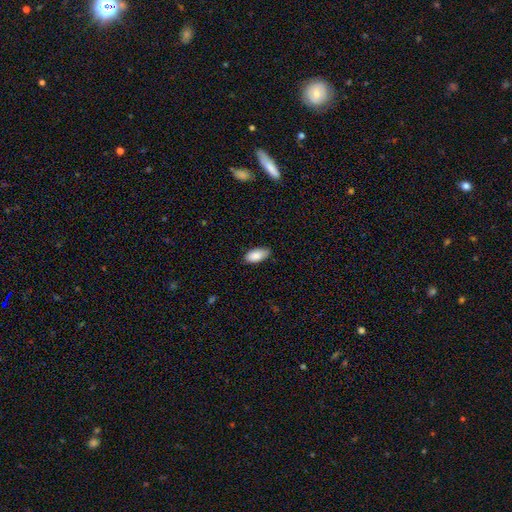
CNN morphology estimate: A smooth galaxy with no disk features (87%) that is in between round and cigar-shaped (93%). Merging: none (79%).